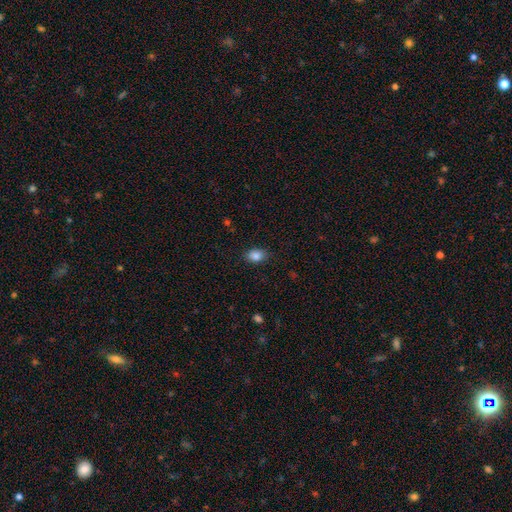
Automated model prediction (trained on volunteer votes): Overall: smooth (86%). How rounded: in between (79%). Merging: none (86%).